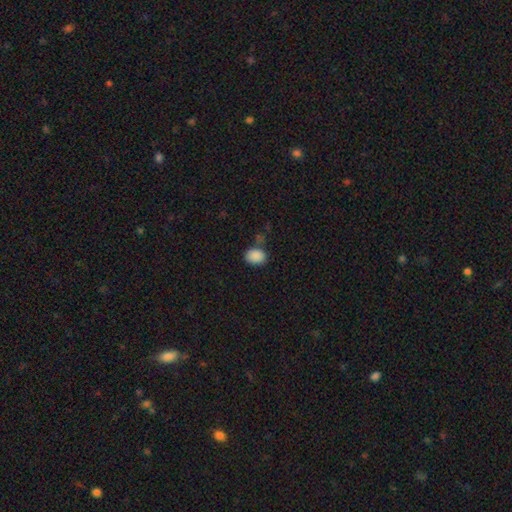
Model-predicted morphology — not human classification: This appears to be a smooth galaxy with no disk features (88%) that is in between round and cigar-shaped (69%). Merging: none (71%).